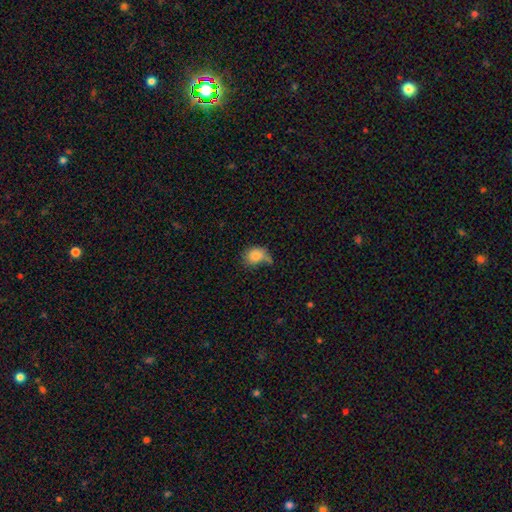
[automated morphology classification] Smooth or featured: smooth — 82% (star or artifact — 9%)
How rounded: in between — 50% (round — 49%)
Merging: none — 44% (minor disturbance — 28%)